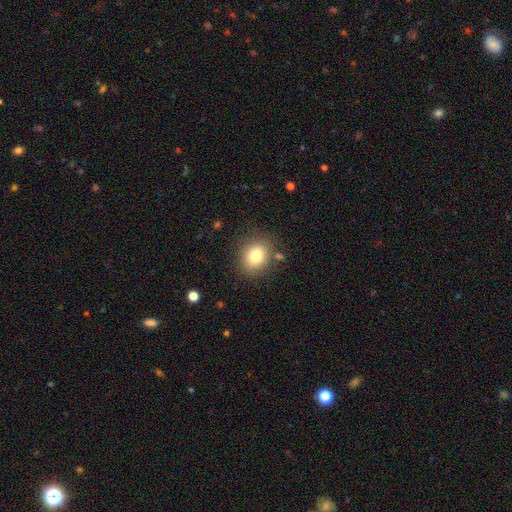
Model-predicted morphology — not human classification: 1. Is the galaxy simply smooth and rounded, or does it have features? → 79% smooth, 11% star or artifact, 10% featured or disk.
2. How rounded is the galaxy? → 67% round, 33% in between, 1% cigar-shaped.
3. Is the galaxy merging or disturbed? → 81% none, 11% minor disturbance, 4% merger, 4% major disturbance.